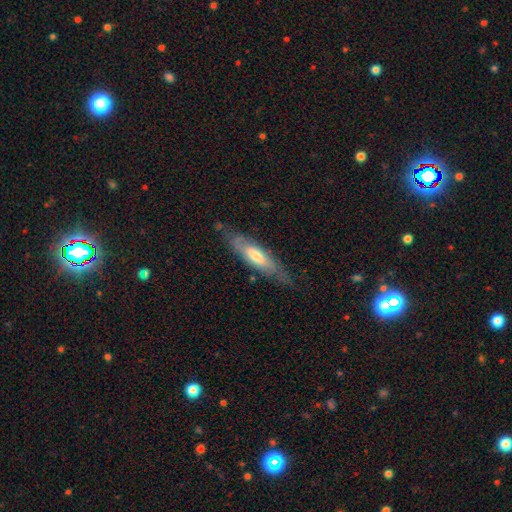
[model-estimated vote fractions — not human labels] Q: Smooth or featured?
A: featured or disk (56%); runner-up: smooth (38%)
Q: Edge-on disk?
A: no (51%); runner-up: yes (49%)
Q: Merging?
A: none (73%); runner-up: minor disturbance (20%)